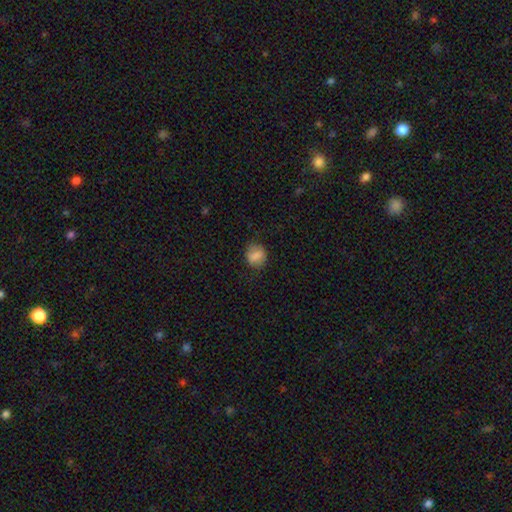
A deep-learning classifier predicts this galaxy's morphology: Overall: smooth (78%). How rounded: round (59%; in between 39%). Merging: none (73%).